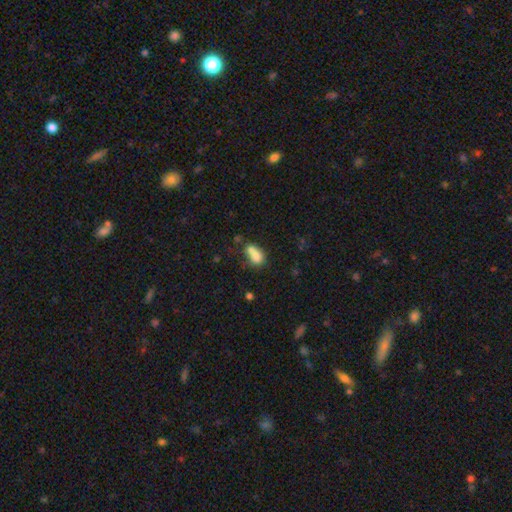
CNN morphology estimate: smooth_or_featured: smooth (p=0.74) [alt: featured or disk p=0.15]
how_rounded: in between (p=0.75) [alt: round p=0.21]
merging: merger (p=0.47) [alt: none p=0.29]